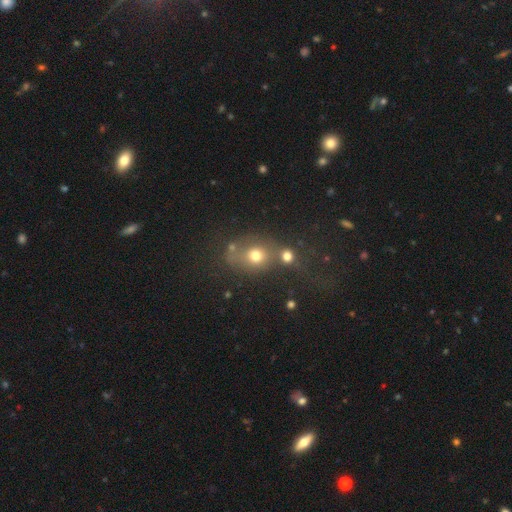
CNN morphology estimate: Smooth or featured: smooth — 68% (star or artifact — 18%)
How rounded: round — 64% (in between — 35%)
Merging: none — 44% (merger — 35%)